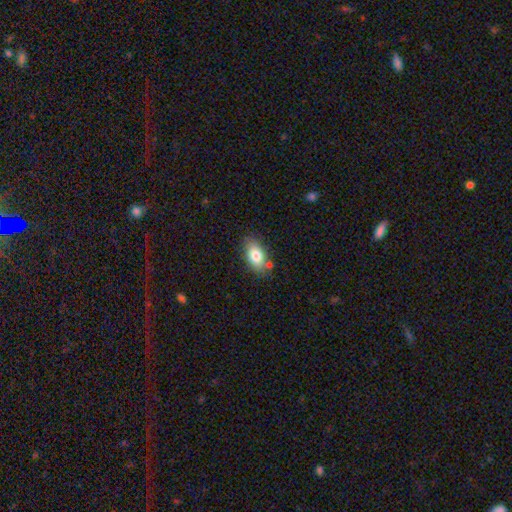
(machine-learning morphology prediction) type=smooth (80%); roundness=in between (90%); merging=none (74%).